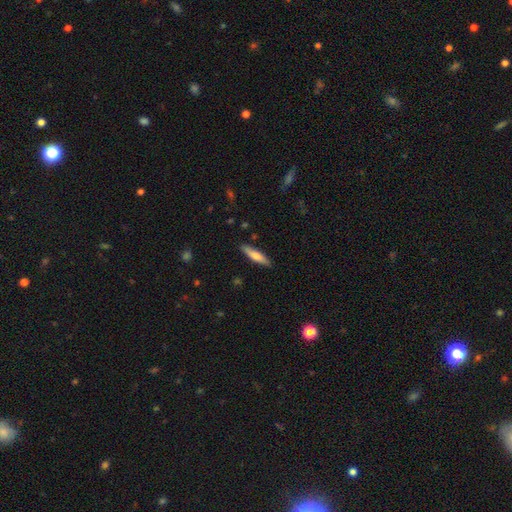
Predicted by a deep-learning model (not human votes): This is likely a smooth galaxy (61%). How rounded: likely cigar-shaped (79%). Merging: clearly none (87%).